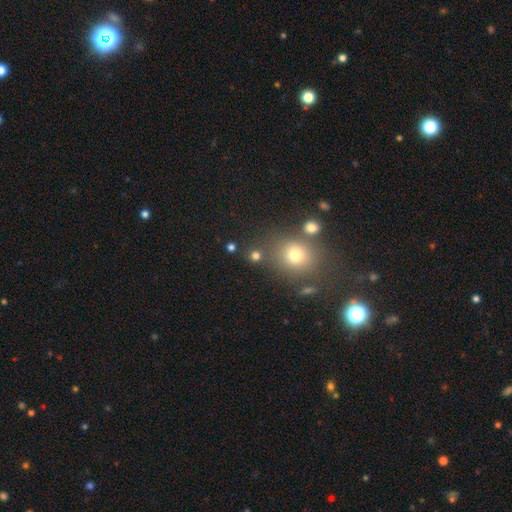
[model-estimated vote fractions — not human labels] Smooth or featured?
  - smooth: 73% *
  - star or artifact: 19%
  - featured or disk: 8%
How rounded?
  - round: 85% *
  - in between: 14%
  - cigar-shaped: 1%
Merging?
  - none: 74% *
  - merger: 13%
  - minor disturbance: 8%
  - major disturbance: 5%